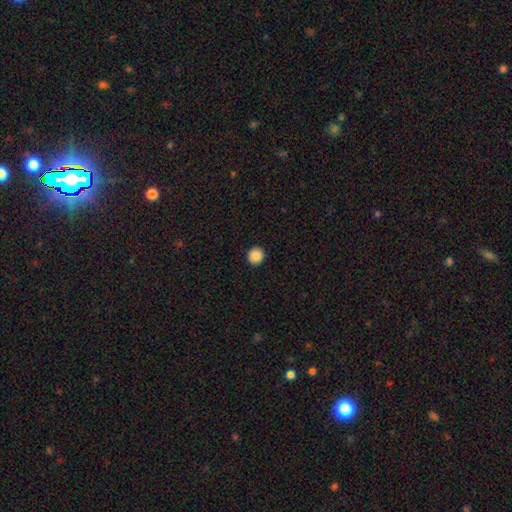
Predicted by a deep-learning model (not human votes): Overall: smooth (89%). How rounded: round (90%). Merging: none (92%).